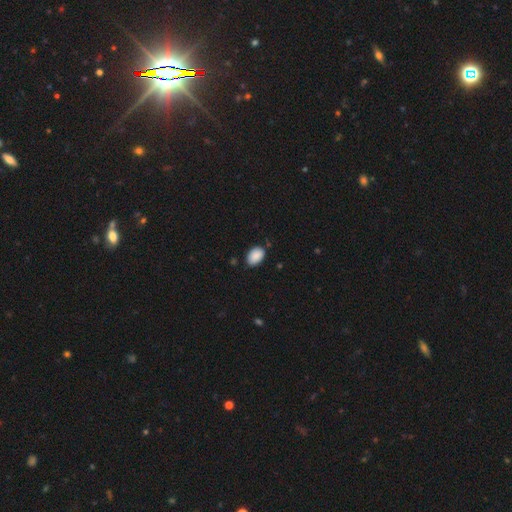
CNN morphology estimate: This is clearly a smooth galaxy (89%). How rounded: clearly in between (87%). Merging: clearly none (81%).